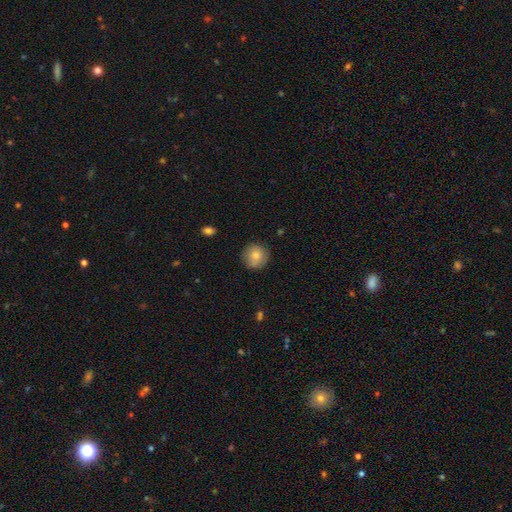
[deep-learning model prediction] The model was most divided on "smooth or featured": smooth: 80%, featured or disk: 12%, star or artifact: 8%. More confident: how rounded — round (92%); merging — none (83%).